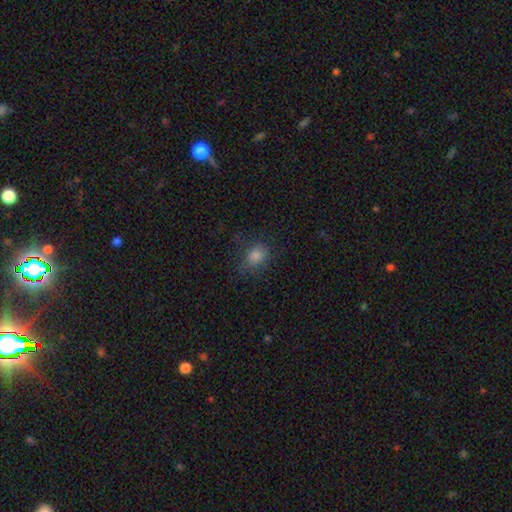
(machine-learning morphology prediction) Smooth or featured?
  - smooth: 78% *
  - star or artifact: 15%
  - featured or disk: 7%
How rounded?
  - in between: 50% *
  - round: 49%
  - cigar-shaped: 1%
Merging?
  - none: 70% *
  - minor disturbance: 19%
  - major disturbance: 9%
  - merger: 1%